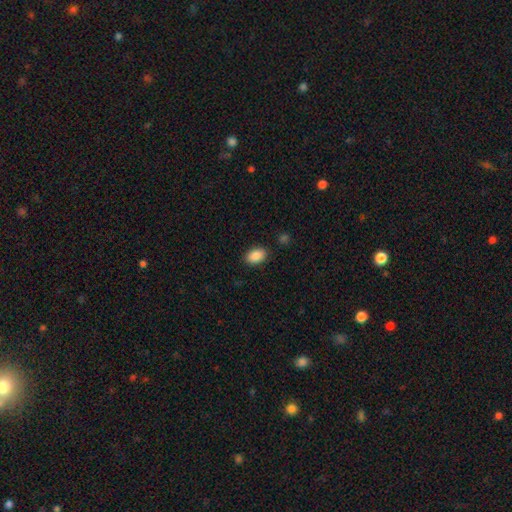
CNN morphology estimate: Overall: smooth (89%). How rounded: in between (89%). Merging: none (87%).